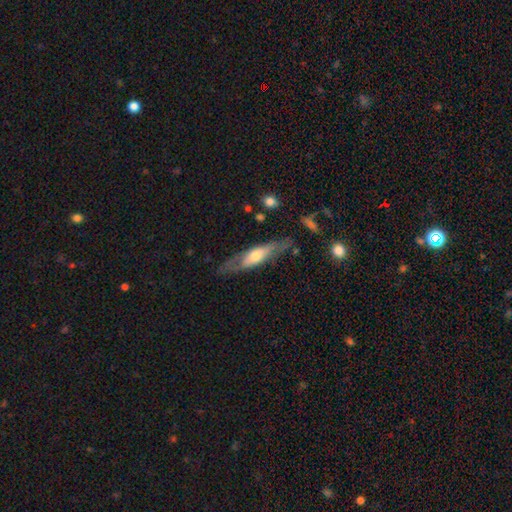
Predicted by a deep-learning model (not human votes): Overall: featured or disk (55%; smooth 39%). Edge-on disk: yes (61%; no 39%). Merging: none (72%).